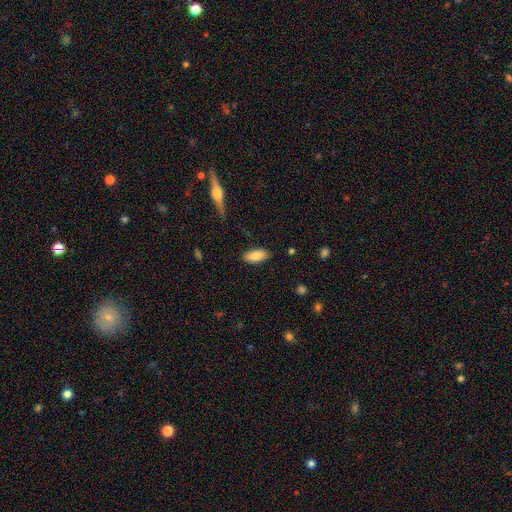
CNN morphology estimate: smooth-or-featured: smooth: 84% | featured or disk: 10% | star or artifact: 6%
  how-rounded: in between: 86% | cigar-shaped: 12% | round: 2%
  merging: none: 85% | minor disturbance: 11% | major disturbance: 2% | merger: 1%